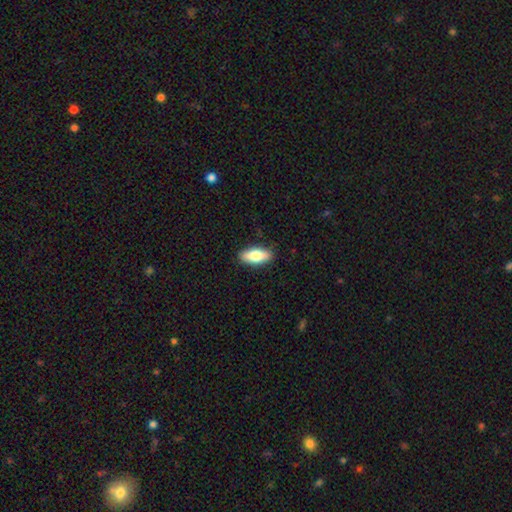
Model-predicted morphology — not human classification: Smooth or featured? smooth (74%)
How rounded? in between (78%)
Merging? none (89%)